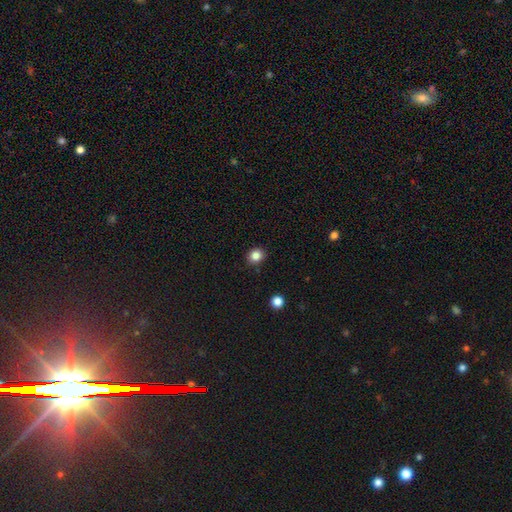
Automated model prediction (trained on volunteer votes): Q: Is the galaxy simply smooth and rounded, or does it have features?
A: smooth — 85%.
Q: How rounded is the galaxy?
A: round — 72%.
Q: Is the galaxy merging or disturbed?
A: none — 89%.